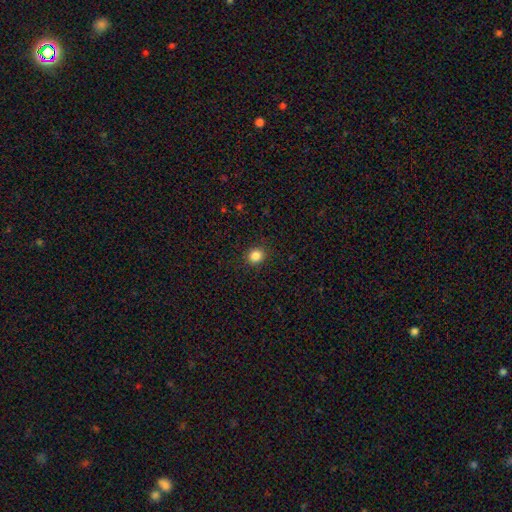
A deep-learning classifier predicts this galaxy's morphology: This appears to be a smooth galaxy with no disk features (86%) that is round (84%). Merging: none (91%).